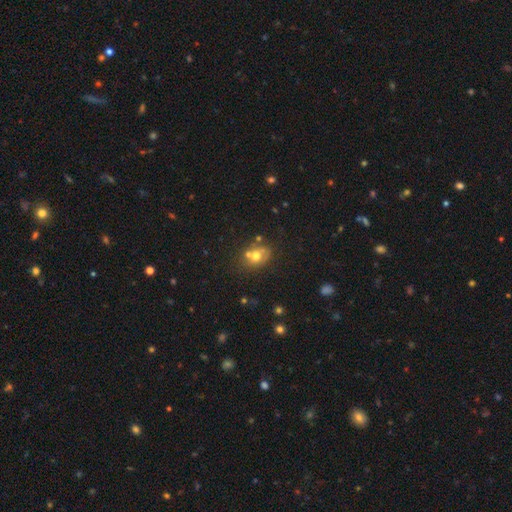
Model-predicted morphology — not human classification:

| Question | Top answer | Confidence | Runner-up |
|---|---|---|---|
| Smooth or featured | smooth | 60% | featured or disk (26%) |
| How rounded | round | 53% | in between (46%) |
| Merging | none | 49% | merger (29%) |